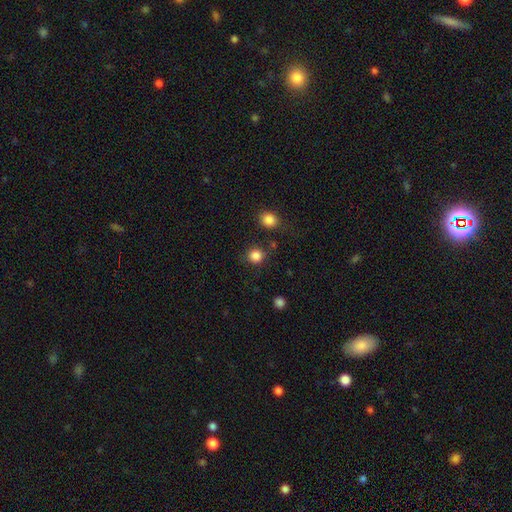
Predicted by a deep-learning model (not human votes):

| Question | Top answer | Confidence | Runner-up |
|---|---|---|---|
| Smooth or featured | smooth | 85% | star or artifact (12%) |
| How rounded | round | 89% | in between (10%) |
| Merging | none | 83% | minor disturbance (9%) |